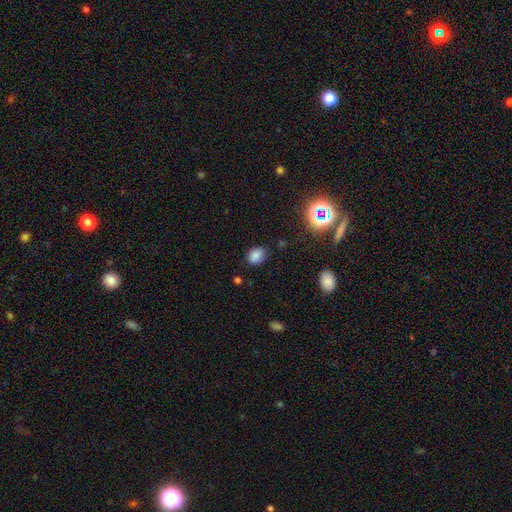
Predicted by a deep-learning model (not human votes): smooth-or-featured: smooth: 79% | star or artifact: 14% | featured or disk: 6%
  how-rounded: in between: 61% | round: 38% | cigar-shaped: 1%
  merging: none: 80% | minor disturbance: 15% | major disturbance: 4% | merger: 2%